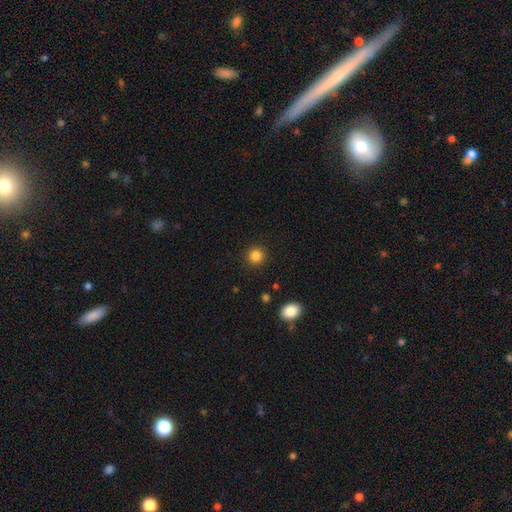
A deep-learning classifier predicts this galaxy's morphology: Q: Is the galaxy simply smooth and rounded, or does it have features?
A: smooth — 84%.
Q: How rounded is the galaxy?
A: round — 93%.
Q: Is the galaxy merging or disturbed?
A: none — 92%.